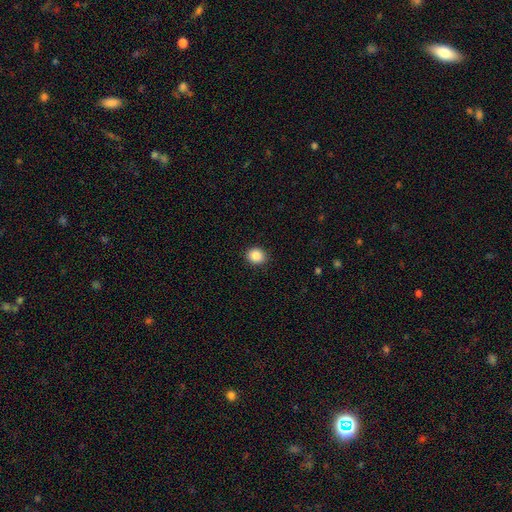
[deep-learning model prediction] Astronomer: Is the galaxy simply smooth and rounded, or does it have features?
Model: smooth — 88%.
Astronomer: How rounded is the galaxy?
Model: round — 68%.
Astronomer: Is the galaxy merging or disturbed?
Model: none — 90%.